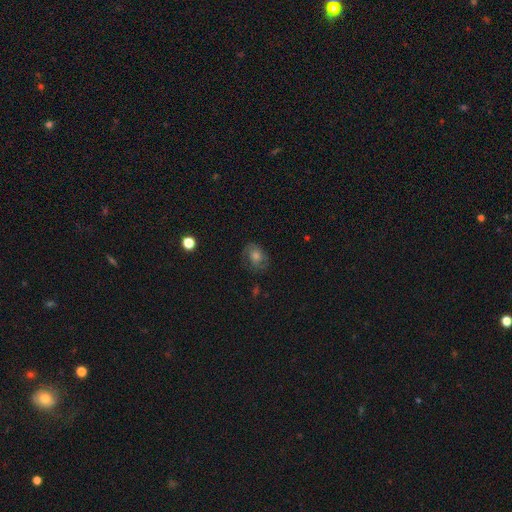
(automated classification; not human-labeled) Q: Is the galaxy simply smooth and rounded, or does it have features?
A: smooth — 46%.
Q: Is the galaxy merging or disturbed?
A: none — 73%.